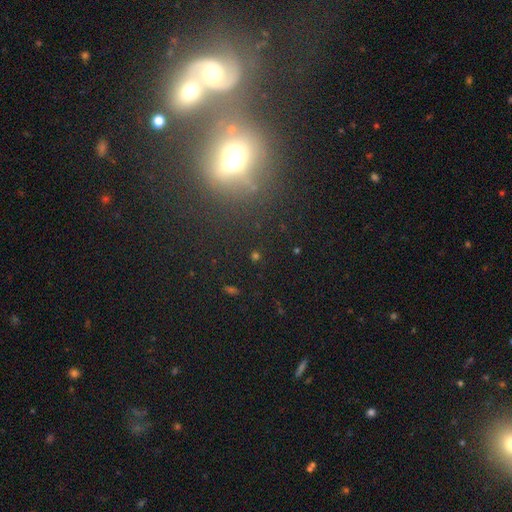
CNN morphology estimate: smooth-or-featured: star or artifact: 50% | smooth: 33% | featured or disk: 17%